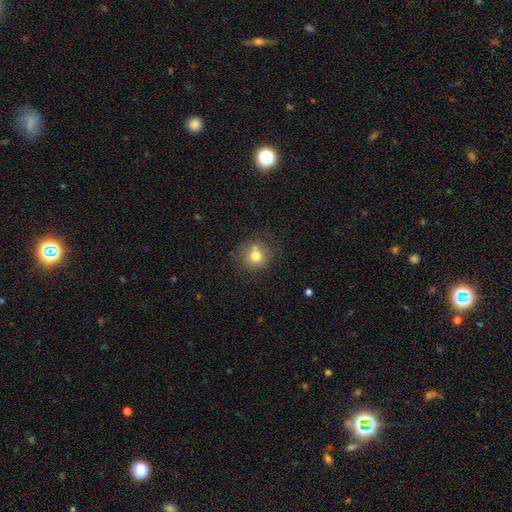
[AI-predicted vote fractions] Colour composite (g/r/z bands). It shows a smooth galaxy with no disk features (74%) that is round (85%). Merging: none (62%).